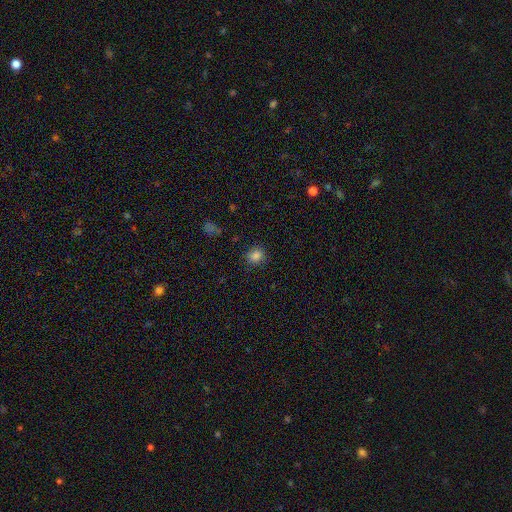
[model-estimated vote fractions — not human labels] This appears to be a smooth galaxy with no disk features (82%) that is round (75%). Merging: none (84%).